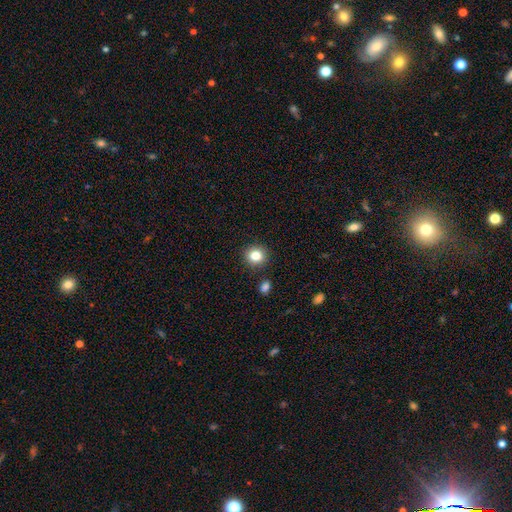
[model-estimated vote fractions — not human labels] smooth_or_featured: smooth (p=0.83) [alt: star or artifact p=0.11]
how_rounded: round (p=0.86) [alt: in between p=0.13]
merging: none (p=0.88) [alt: minor disturbance p=0.07]